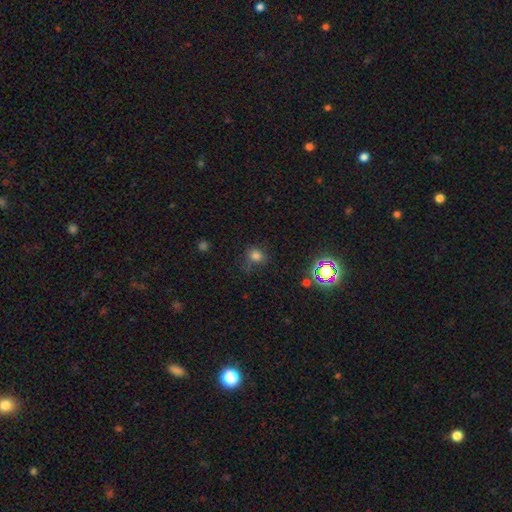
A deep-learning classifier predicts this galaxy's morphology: Smooth or featured? Predicted: smooth (p=0.73). How rounded? Predicted: round (p=0.76). Merging? Predicted: none (p=0.70).